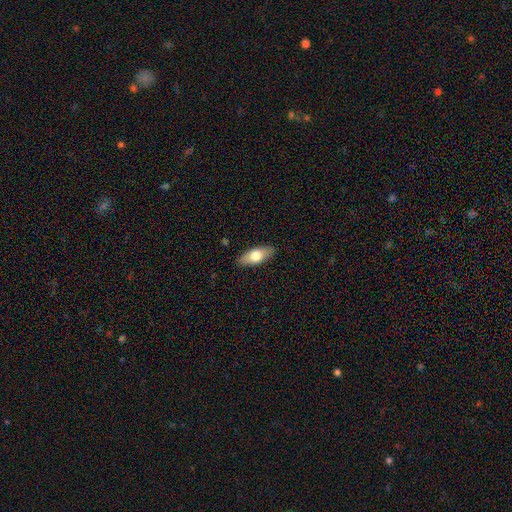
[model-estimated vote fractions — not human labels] Smooth or featured?
  - smooth: 70% *
  - featured or disk: 24%
  - star or artifact: 6%
How rounded?
  - in between: 80% *
  - cigar-shaped: 17%
  - round: 3%
Merging?
  - none: 88% *
  - minor disturbance: 9%
  - major disturbance: 2%
  - merger: 1%